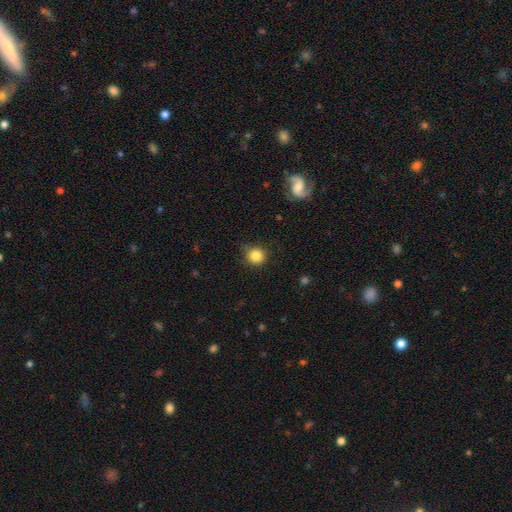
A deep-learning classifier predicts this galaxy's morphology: Smooth or featured? Predicted: smooth (p=0.84). How rounded? Predicted: round (p=0.90). Merging? Predicted: none (p=0.83).